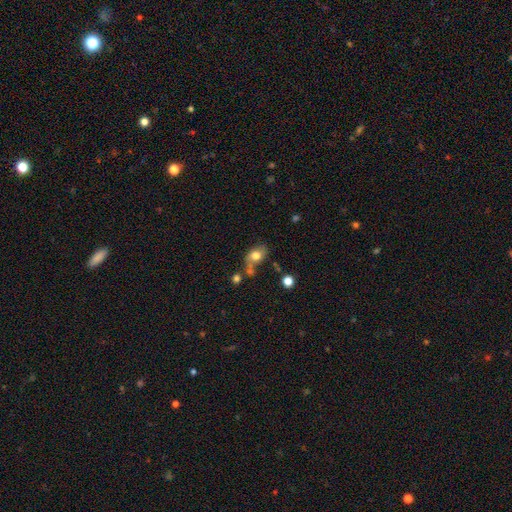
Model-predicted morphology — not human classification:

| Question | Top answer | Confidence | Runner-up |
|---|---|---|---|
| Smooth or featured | smooth | 71% | featured or disk (19%) |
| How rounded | in between | 68% | round (30%) |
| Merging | none | 39% | merger (27%) |